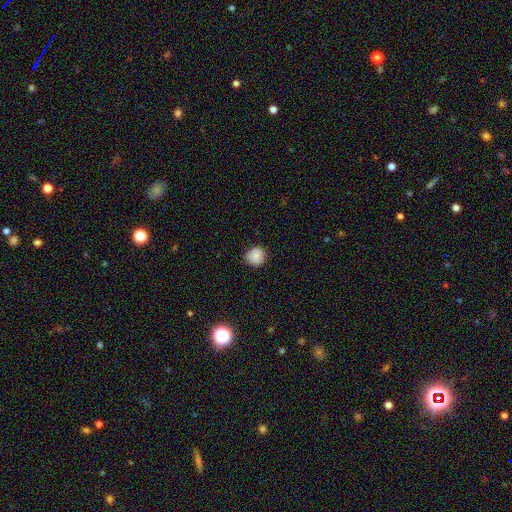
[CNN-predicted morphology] type=smooth (86%); roundness=round (91%); merging=none (86%).